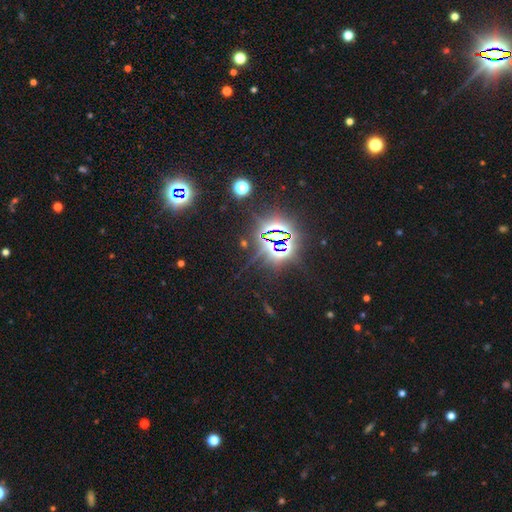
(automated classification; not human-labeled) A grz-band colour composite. It shows a star or artifact, not a galaxy (84%).